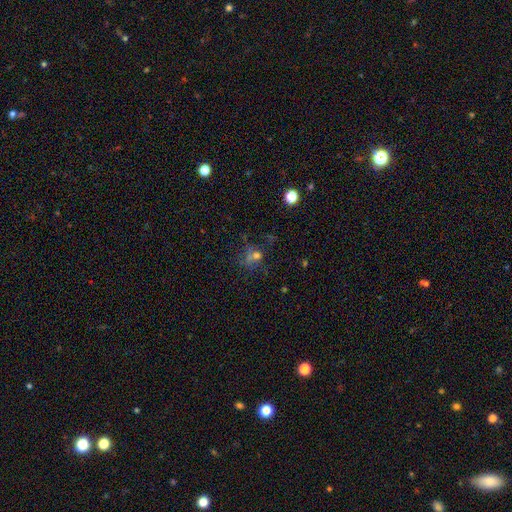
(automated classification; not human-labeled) This appears to be a smooth galaxy with no disk features (51%) that is round (69%). Merging: none (51%).